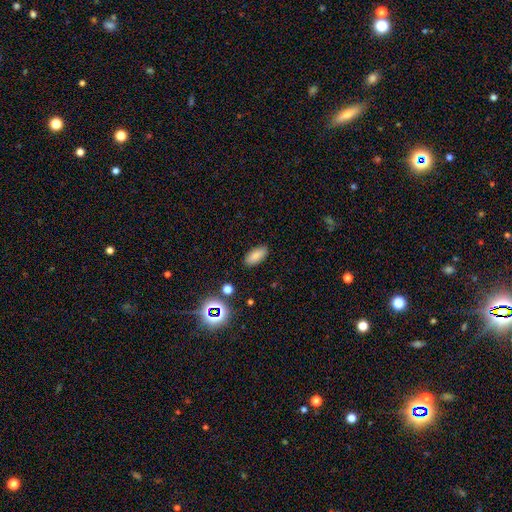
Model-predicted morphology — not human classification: Smooth or featured? Predicted: smooth (p=0.83). How rounded? Predicted: in between (p=0.86). Merging? Predicted: none (p=0.88).